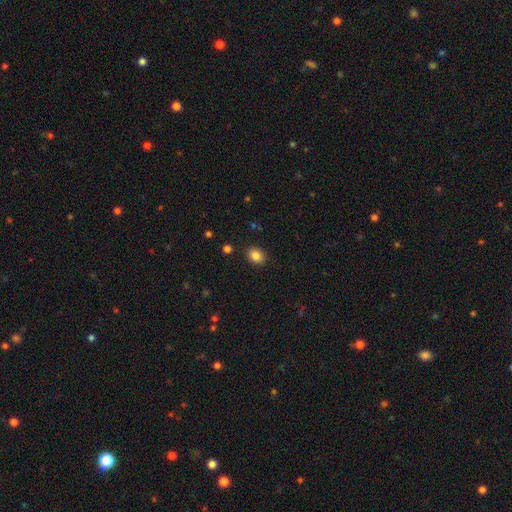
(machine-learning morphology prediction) A smooth galaxy with no disk features (86%) that is in between round and cigar-shaped (50%).

Vote fractions:
- Smooth or featured? smooth: 86% / star or artifact: 10% / featured or disk: 5%
- How rounded? in between: 50% / round: 49% / cigar-shaped: 1%
- Merging? none: 89% / minor disturbance: 7% / major disturbance: 2% / merger: 1%